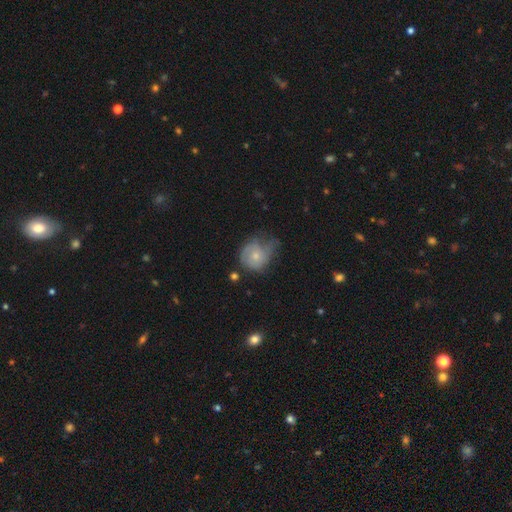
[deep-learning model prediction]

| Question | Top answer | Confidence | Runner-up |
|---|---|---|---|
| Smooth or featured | smooth | 51% | featured or disk (42%) |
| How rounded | round | 71% | in between (28%) |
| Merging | minor disturbance | 36% | none (33%) |